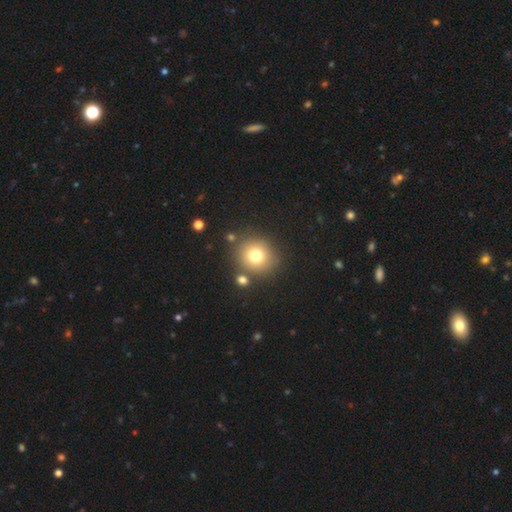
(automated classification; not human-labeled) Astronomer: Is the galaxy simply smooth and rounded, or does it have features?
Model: smooth — 76%.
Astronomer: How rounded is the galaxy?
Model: round — 87%.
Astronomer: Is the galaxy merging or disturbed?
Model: none — 81%.